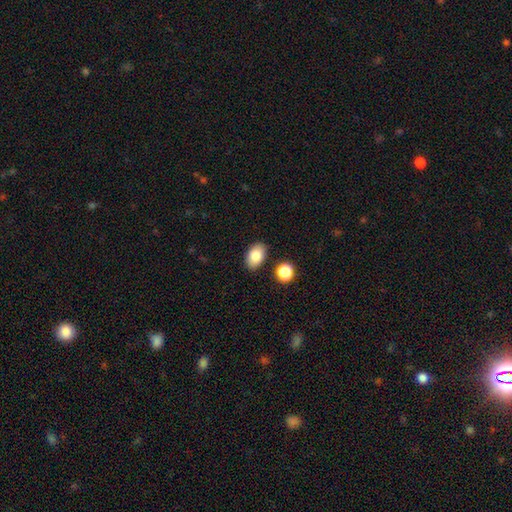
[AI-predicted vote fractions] smooth-or-featured: smooth: 83% | featured or disk: 8% | star or artifact: 8%
  how-rounded: in between: 88% | round: 11% | cigar-shaped: 1%
  merging: none: 85% | minor disturbance: 9% | merger: 4% | major disturbance: 2%